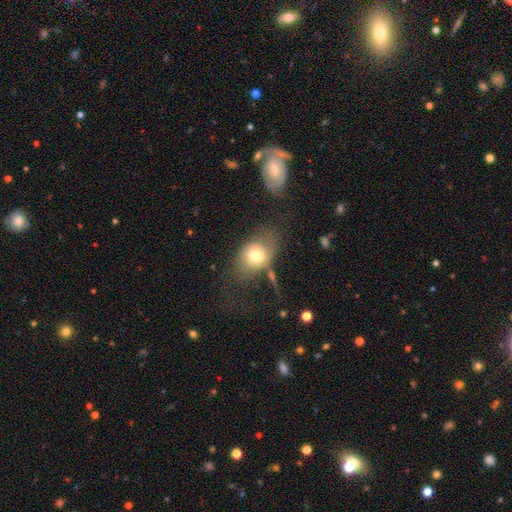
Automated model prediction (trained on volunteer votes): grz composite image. It shows a smooth galaxy with no disk features (65%) that is in between round and cigar-shaped (61%). Merging: none (45%).